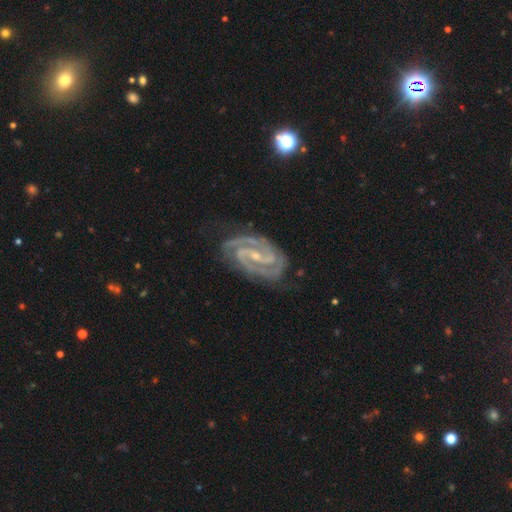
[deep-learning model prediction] This appears to be a featured or disk galaxy (93%) with a weak bar (40%), 2 (79%) tight (56%) spiral arms (99%) and a small central bulge (76%). Merging: none (78%).